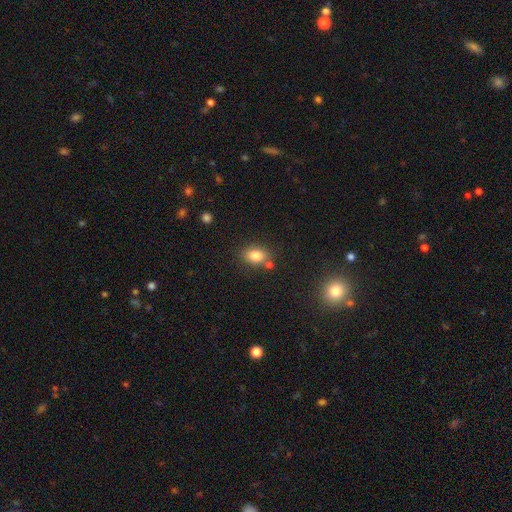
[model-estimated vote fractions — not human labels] Smooth or featured? Predicted: smooth (p=0.82). How rounded? Predicted: in between (p=0.68). Merging? Predicted: none (p=0.68).